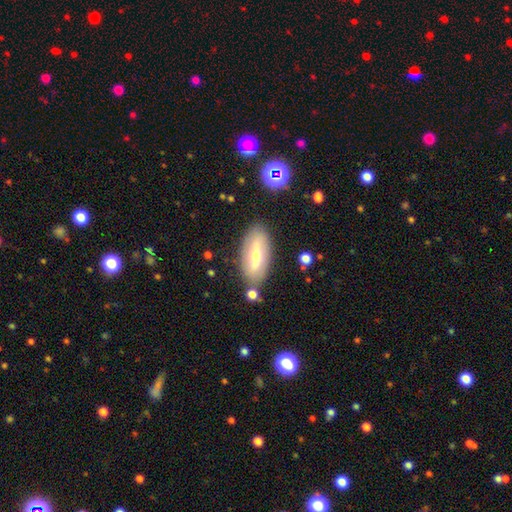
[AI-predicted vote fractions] Smooth or featured?
  - smooth: 44% *
  - featured or disk: 43%
  - star or artifact: 12%
Merging?
  - none: 81% *
  - minor disturbance: 12%
  - major disturbance: 3%
  - merger: 3%